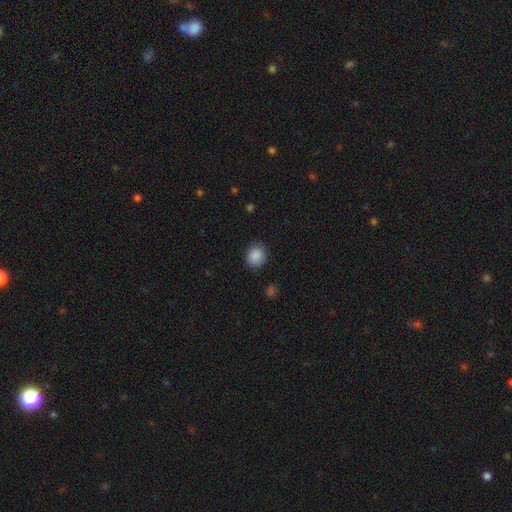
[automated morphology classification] This appears to be a smooth galaxy with no disk features (88%) that is round (80%). Merging: none (87%).